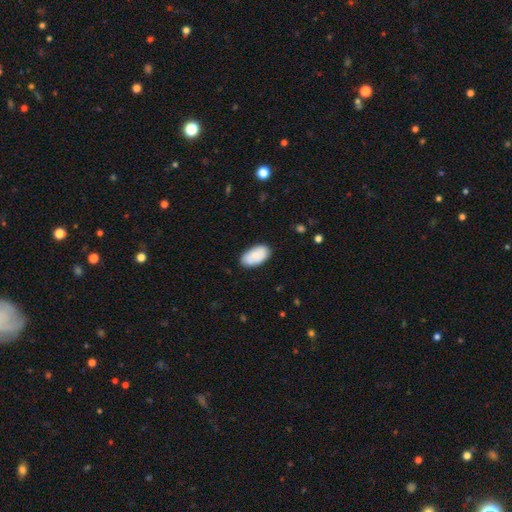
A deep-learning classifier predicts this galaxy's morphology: type=smooth (83%); roundness=in between (95%); merging=none (81%).